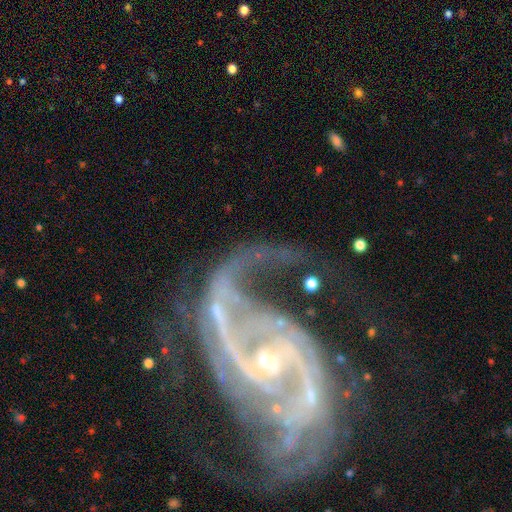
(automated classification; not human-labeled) Smooth or featured?
  - featured or disk: 91% *
  - star or artifact: 6%
  - smooth: 3%
Edge-on disk?
  - no: 97% *
  - yes: 3%
Bar?
  - no: 39% *
  - weak: 37%
  - strong: 24%
Spiral arms?
  - yes: 96% *
  - no: 4%
Spiral winding?
  - medium: 44% *
  - loose: 36%
  - tight: 20%
Spiral arm count?
  - 2: 69% *
  - can't tell: 8%
  - 3: 8%
  - 1: 6%
  - 4: 5%
  - more than 4: 5%
Bulge size?
  - small: 67% *
  - moderate: 27%
  - none: 2%
  - large: 2%
  - dominant: 1%
Merging?
  - none: 39% *
  - major disturbance: 33%
  - minor disturbance: 19%
  - merger: 9%